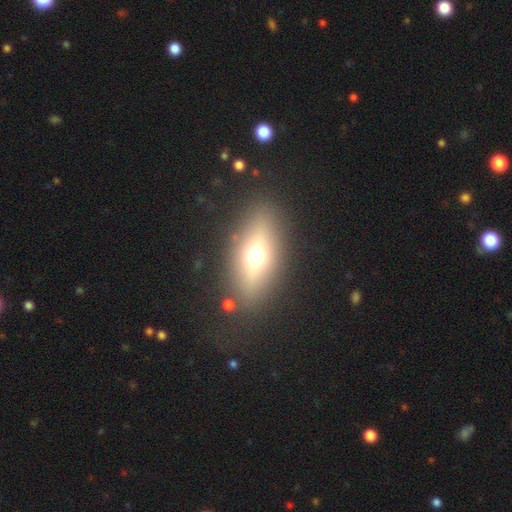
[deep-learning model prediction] A smooth galaxy with no disk features (51%) that is in between round and cigar-shaped (68%).

Vote fractions:
- Smooth or featured? smooth: 51% / featured or disk: 37% / star or artifact: 11%
- How rounded? in between: 68% / cigar-shaped: 22% / round: 9%
- Merging? none: 85% / minor disturbance: 9% / major disturbance: 4% / merger: 2%